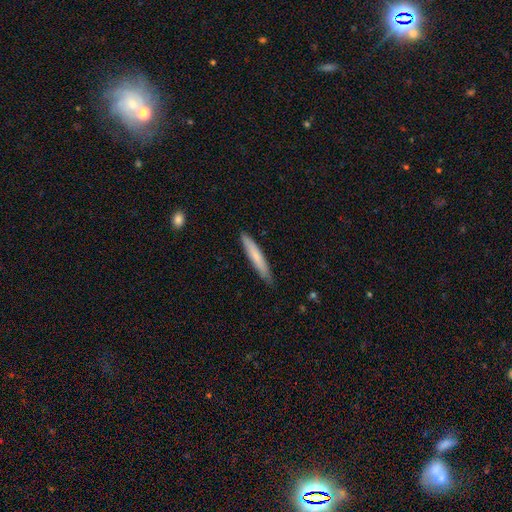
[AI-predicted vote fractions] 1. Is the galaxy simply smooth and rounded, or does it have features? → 70% smooth, 24% featured or disk, 5% star or artifact.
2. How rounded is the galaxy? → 93% cigar-shaped, 6% in between, 1% round.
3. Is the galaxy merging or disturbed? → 85% none, 12% minor disturbance, 2% major disturbance, 1% merger.